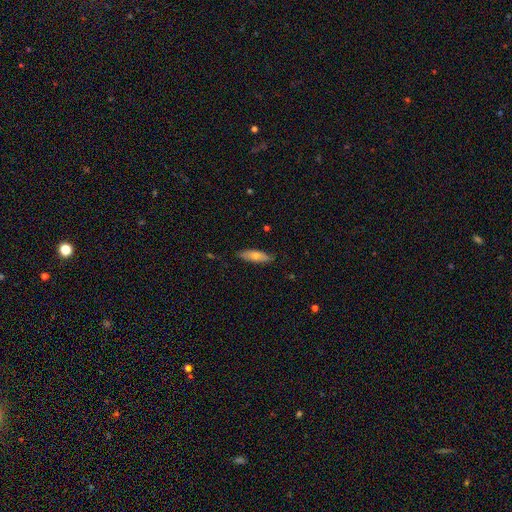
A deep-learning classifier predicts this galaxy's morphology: This appears to be a smooth galaxy with no disk features (59%) that is in between round and cigar-shaped (54%). Merging: none (80%).